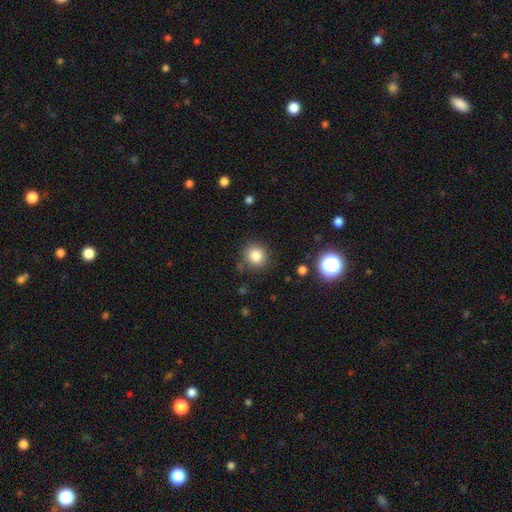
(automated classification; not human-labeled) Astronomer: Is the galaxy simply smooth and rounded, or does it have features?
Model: smooth — 83%.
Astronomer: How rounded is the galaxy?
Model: round — 90%.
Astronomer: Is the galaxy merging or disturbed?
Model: none — 86%.